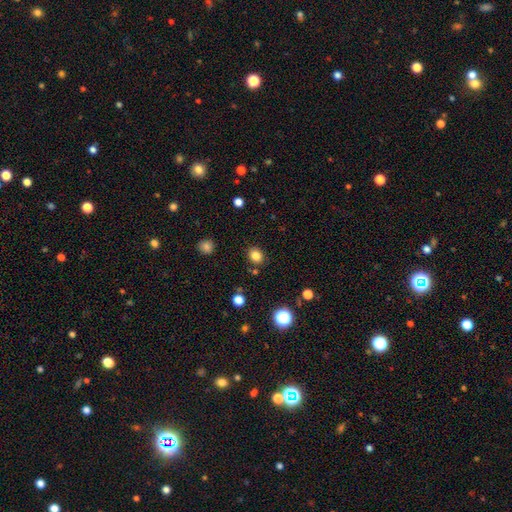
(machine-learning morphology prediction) smooth_or_featured: smooth (p=0.82) [alt: star or artifact p=0.13]
how_rounded: round (p=0.63) [alt: in between p=0.37]
merging: none (p=0.86) [alt: minor disturbance p=0.09]